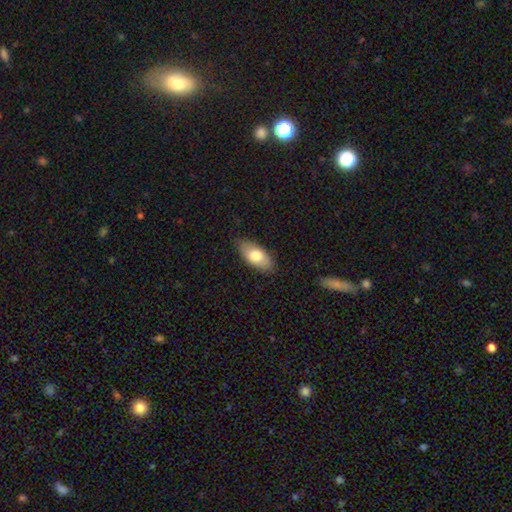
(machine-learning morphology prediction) smooth_or_featured: smooth (p=0.77) [alt: featured or disk p=0.17]
how_rounded: in between (p=0.89) [alt: cigar-shaped p=0.08]
merging: none (p=0.84) [alt: minor disturbance p=0.13]